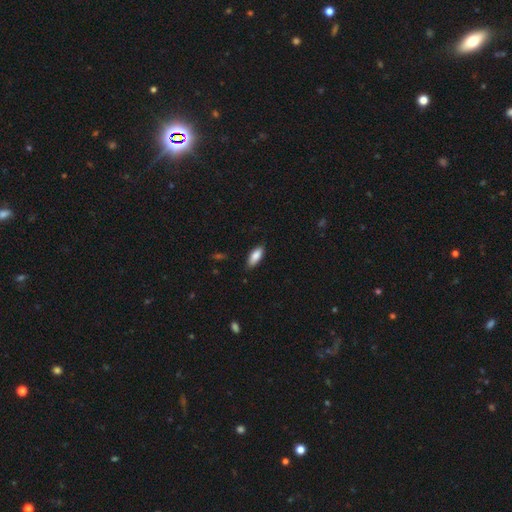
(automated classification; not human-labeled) Q: Smooth or featured?
A: smooth (86%); runner-up: featured or disk (8%)
Q: How rounded?
A: in between (80%); runner-up: cigar-shaped (18%)
Q: Merging?
A: none (83%); runner-up: minor disturbance (13%)